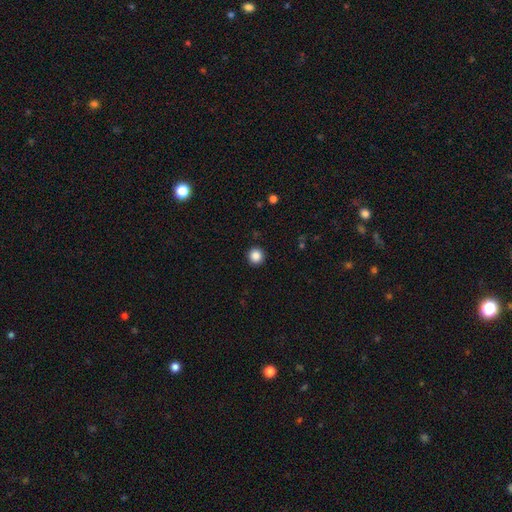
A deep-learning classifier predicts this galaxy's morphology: The model was most divided on "smooth or featured": smooth: 87%, star or artifact: 10%, featured or disk: 3%. More confident: how rounded — round (95%); merging — none (93%).